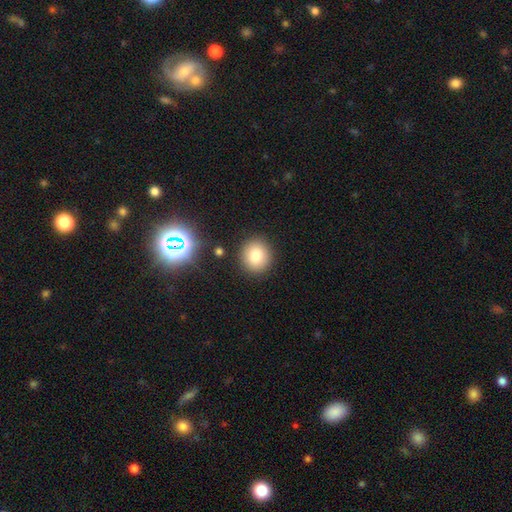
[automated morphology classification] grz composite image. It shows a smooth galaxy with no disk features (79%) that is round (88%). Merging: none (89%).